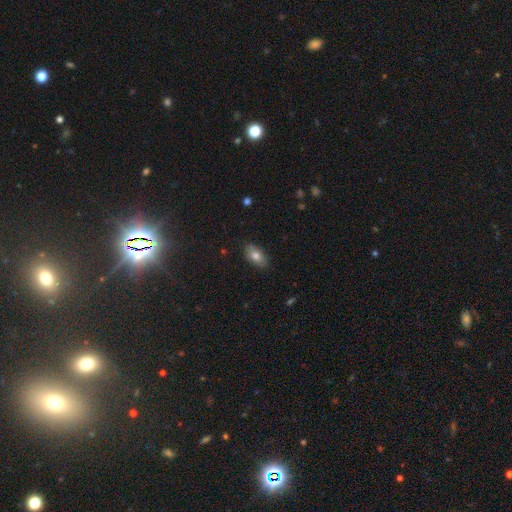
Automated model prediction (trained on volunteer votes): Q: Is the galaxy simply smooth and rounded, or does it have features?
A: smooth — 78%.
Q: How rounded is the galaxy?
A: in between — 90%.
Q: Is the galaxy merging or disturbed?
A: none — 84%.